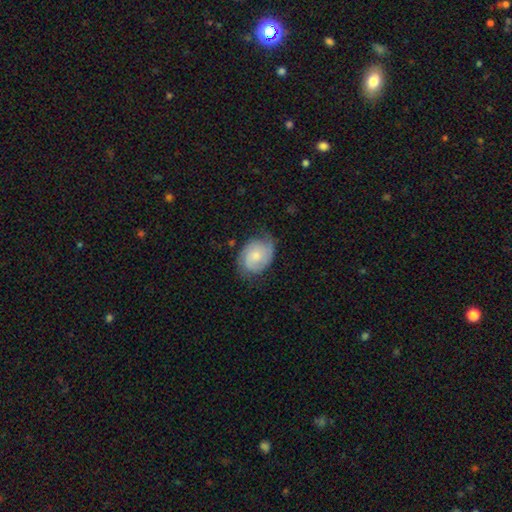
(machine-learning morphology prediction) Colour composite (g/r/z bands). It shows a featured or disk galaxy (53%) with no bar (72%), spiral arms (87%) and a small central bulge (54%). Merging: none (61%).